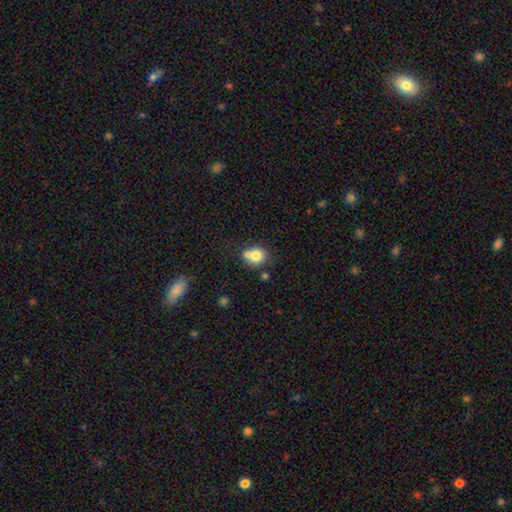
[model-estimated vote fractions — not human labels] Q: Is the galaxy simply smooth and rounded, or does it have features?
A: smooth — 75%.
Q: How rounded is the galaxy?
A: round — 73%.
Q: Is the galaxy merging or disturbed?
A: none — 44%.